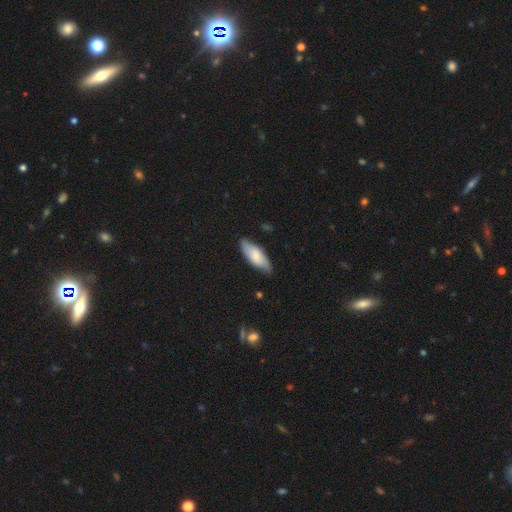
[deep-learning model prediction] A smooth galaxy with no disk features (73%) that is in between round and cigar-shaped (74%).

Vote fractions:
- Smooth or featured? smooth: 73% / featured or disk: 21% / star or artifact: 6%
- How rounded? in between: 74% / cigar-shaped: 24% / round: 2%
- Merging? none: 81% / minor disturbance: 15% / major disturbance: 2% / merger: 1%